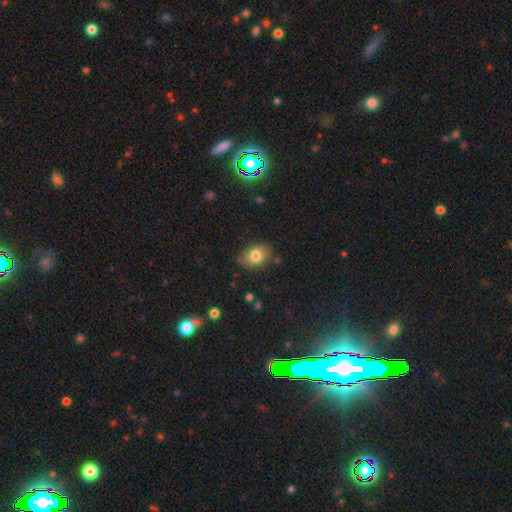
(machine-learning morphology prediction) Q: Smooth or featured?
A: smooth (80%); runner-up: featured or disk (10%)
Q: How rounded?
A: in between (67%); runner-up: round (32%)
Q: Merging?
A: none (77%); runner-up: minor disturbance (17%)